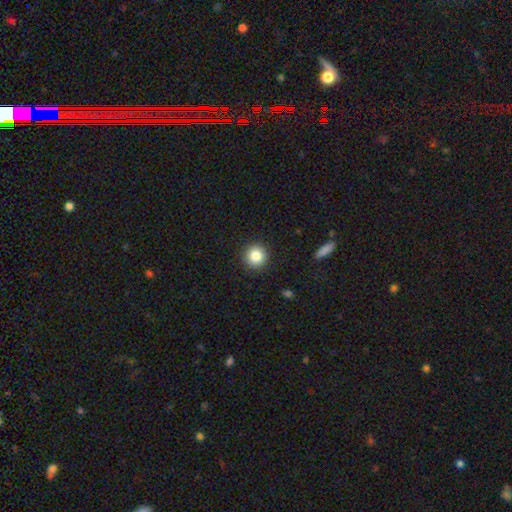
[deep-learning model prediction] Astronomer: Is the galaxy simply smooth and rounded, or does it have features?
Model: smooth — 83%.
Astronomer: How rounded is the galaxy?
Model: round — 94%.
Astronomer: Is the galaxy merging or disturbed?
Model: none — 92%.